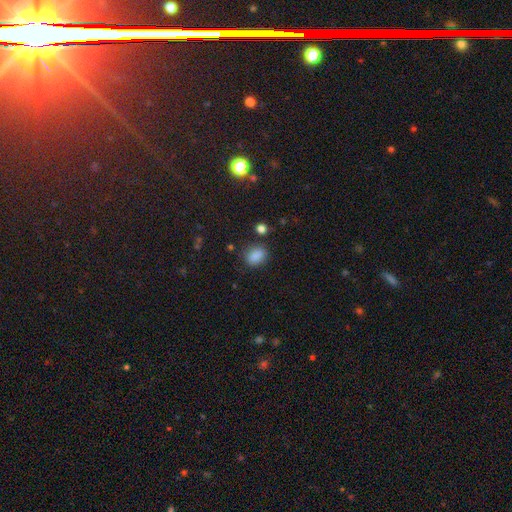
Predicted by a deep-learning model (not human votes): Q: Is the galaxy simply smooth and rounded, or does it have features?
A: smooth — 85%.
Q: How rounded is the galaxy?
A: in between — 70%.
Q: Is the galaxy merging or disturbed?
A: none — 78%.